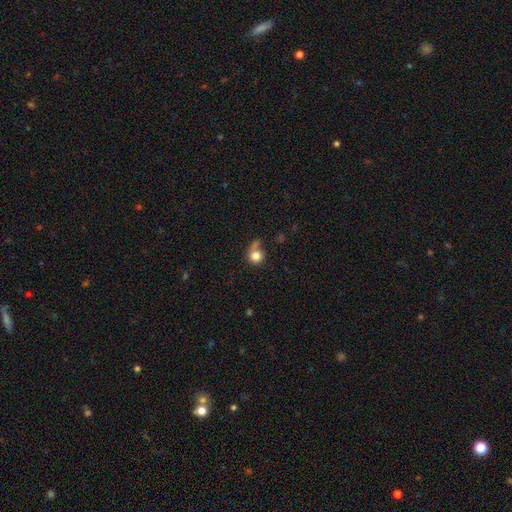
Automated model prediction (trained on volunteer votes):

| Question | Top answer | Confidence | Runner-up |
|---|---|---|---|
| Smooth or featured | smooth | 79% | featured or disk (12%) |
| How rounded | round | 84% | in between (15%) |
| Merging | none | 43% | major disturbance (21%) |